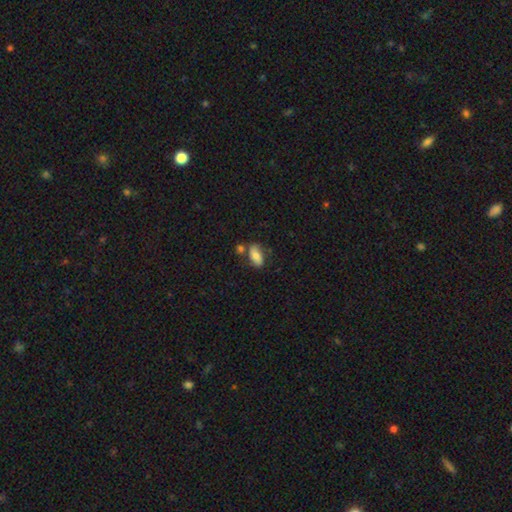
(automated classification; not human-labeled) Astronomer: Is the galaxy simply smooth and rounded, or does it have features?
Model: smooth — 73%.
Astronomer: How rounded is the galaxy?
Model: in between — 89%.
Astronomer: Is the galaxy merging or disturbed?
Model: none — 57%.